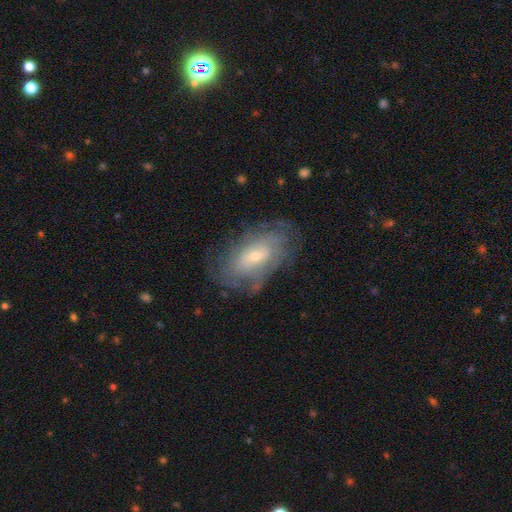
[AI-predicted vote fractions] Morphology: type=featured or disk (68%); edge-on=no (93%); bar=no (57%); spiral arms=yes (77%); bulge=small (62%); merging=none (70%).